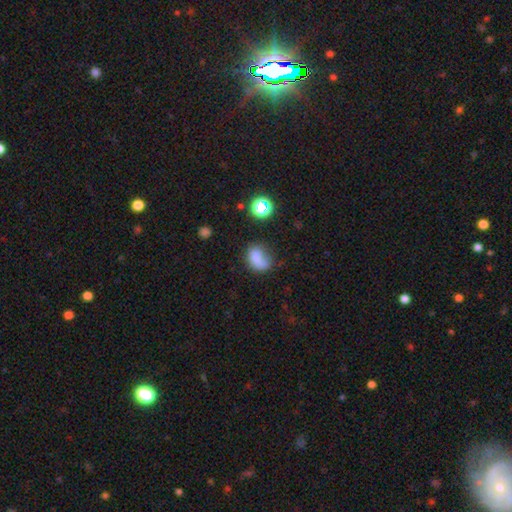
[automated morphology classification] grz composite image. It shows a smooth galaxy with no disk features (68%) that is in between round and cigar-shaped (64%). Merging: none (40%).